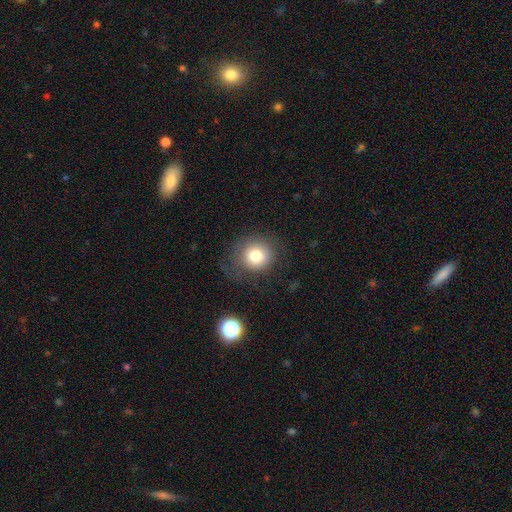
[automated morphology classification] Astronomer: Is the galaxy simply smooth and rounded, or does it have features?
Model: smooth — 79%.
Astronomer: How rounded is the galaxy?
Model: round — 85%.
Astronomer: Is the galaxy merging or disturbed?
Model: none — 69%.